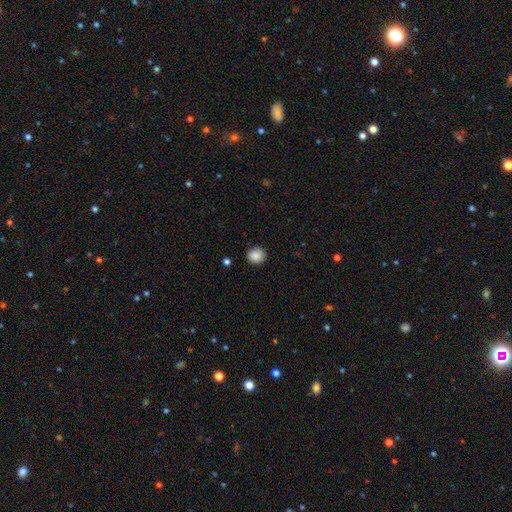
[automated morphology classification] This is clearly a smooth galaxy (88%). How rounded: clearly round (84%). Merging: clearly none (90%).